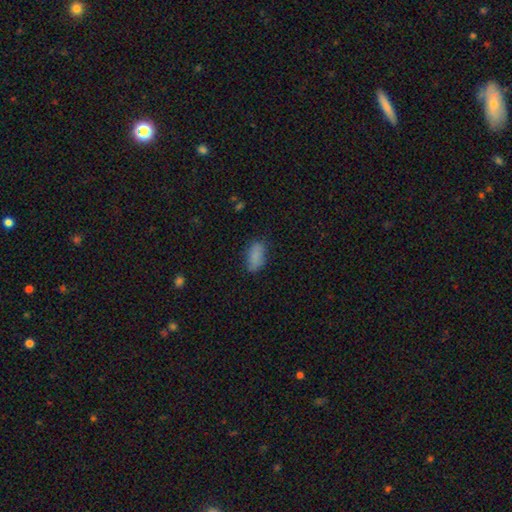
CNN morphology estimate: Smooth or featured? Predicted: smooth (p=0.86). How rounded? Predicted: in between (p=0.90). Merging? Predicted: none (p=0.77).